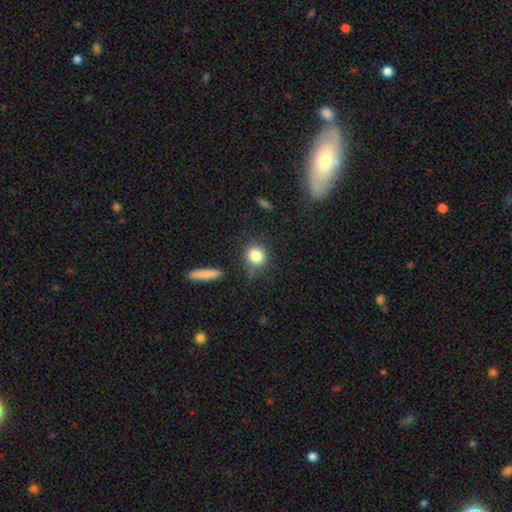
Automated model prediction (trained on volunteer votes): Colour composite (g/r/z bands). It shows a smooth galaxy with no disk features (83%) that is round (74%). Merging: none (73%).